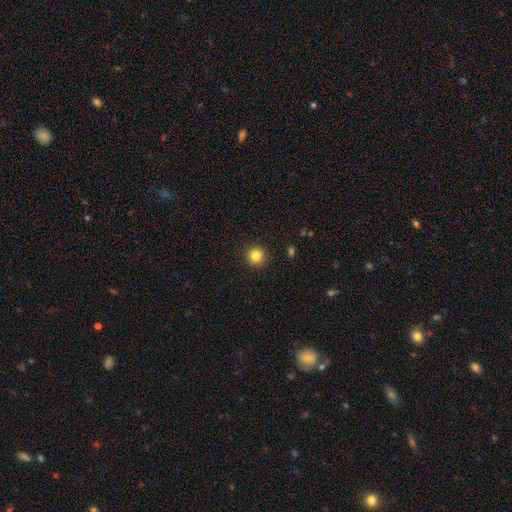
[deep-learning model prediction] Q: Smooth or featured?
A: smooth (84%); runner-up: star or artifact (11%)
Q: How rounded?
A: round (95%); runner-up: in between (4%)
Q: Merging?
A: none (92%); runner-up: minor disturbance (5%)